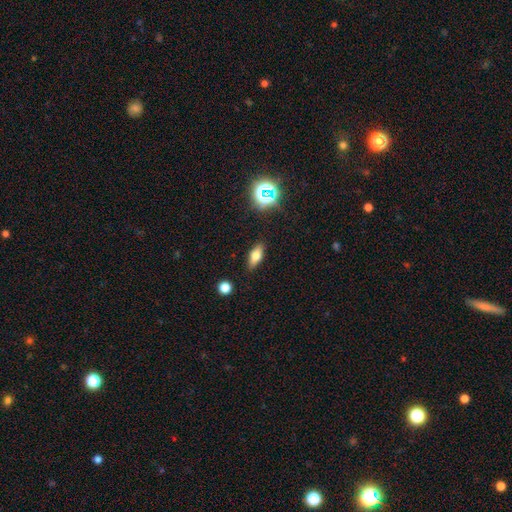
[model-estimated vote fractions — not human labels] The model was most divided on "smooth or featured": smooth: 64%, featured or disk: 23%, star or artifact: 13%. More confident: merging — none (86%); how rounded — in between (71%).